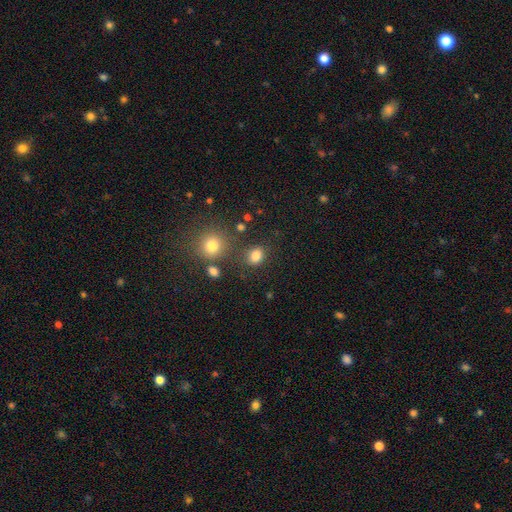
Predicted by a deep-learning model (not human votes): Smooth or featured: smooth — 82% (star or artifact — 13%)
How rounded: round — 58% (in between — 41%)
Merging: none — 76% (minor disturbance — 12%)